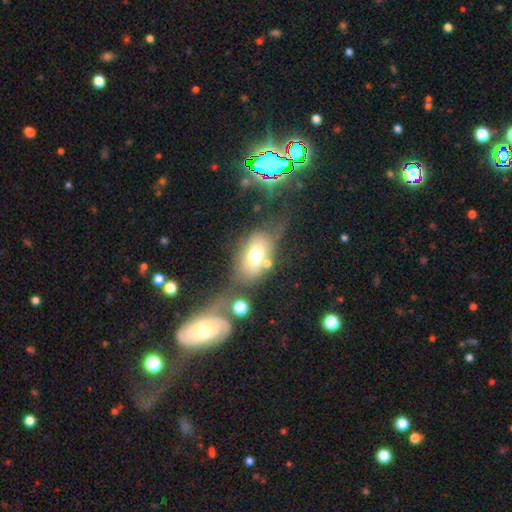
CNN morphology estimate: Smooth or featured? smooth (64%)
How rounded? in between (83%)
Merging? none (39%)